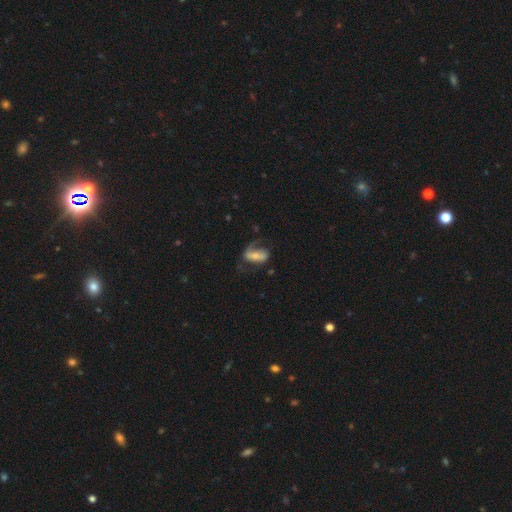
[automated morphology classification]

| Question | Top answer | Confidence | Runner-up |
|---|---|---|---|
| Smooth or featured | featured or disk | 52% | smooth (40%) |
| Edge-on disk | no | 91% | yes (9%) |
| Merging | none | 39% | major disturbance (34%) |